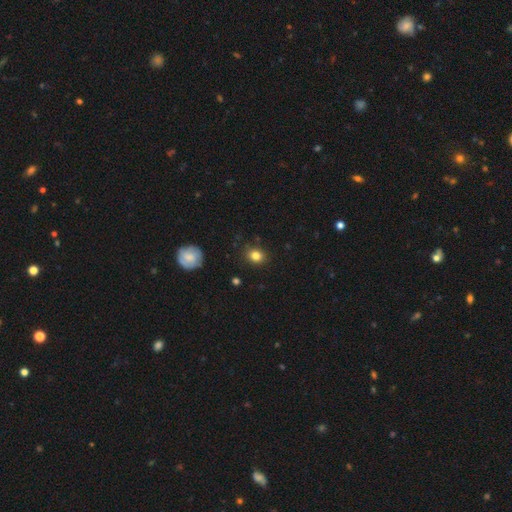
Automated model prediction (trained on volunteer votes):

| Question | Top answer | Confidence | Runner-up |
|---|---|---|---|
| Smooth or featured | smooth | 83% | star or artifact (11%) |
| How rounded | round | 65% | in between (34%) |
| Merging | none | 85% | minor disturbance (11%) |